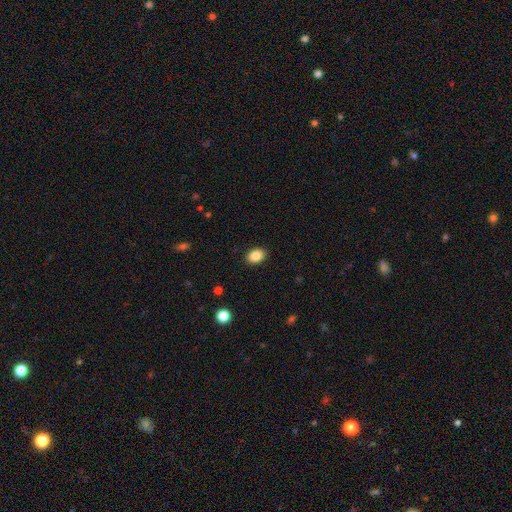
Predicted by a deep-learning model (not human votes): Smooth or featured?
  - smooth: 86% *
  - star or artifact: 8%
  - featured or disk: 5%
How rounded?
  - in between: 80% *
  - round: 19%
  - cigar-shaped: 1%
Merging?
  - none: 90% *
  - minor disturbance: 8%
  - major disturbance: 2%
  - merger: 1%